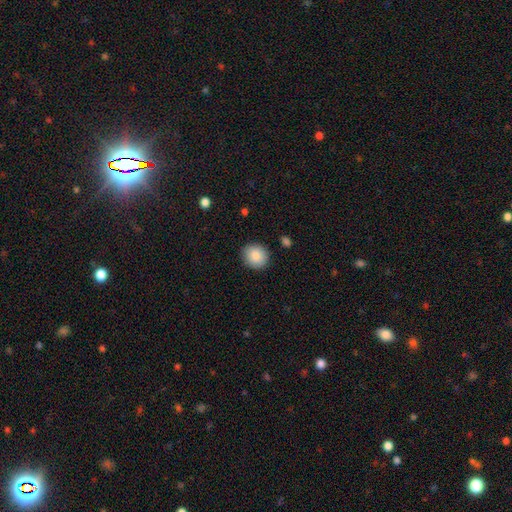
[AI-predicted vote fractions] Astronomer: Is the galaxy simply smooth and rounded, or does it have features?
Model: smooth — 88%.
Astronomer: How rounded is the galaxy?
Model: round — 84%.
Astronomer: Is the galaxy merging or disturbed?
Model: none — 89%.